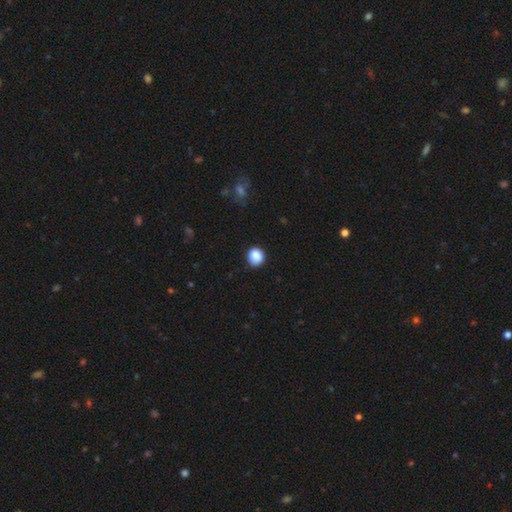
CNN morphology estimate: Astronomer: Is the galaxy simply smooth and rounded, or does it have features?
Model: smooth — 86%.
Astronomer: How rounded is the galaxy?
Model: round — 84%.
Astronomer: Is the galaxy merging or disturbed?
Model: none — 81%.